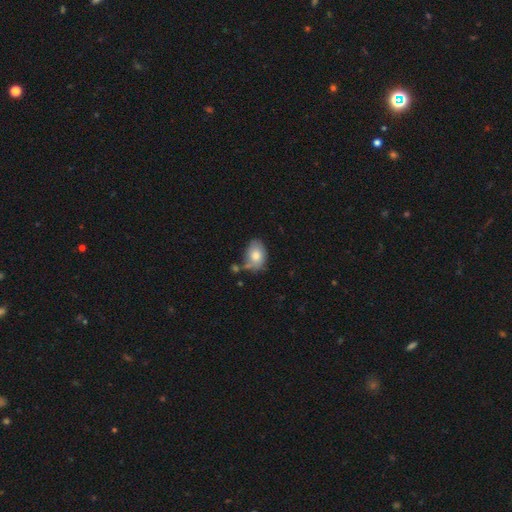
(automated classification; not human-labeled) Smooth or featured? Predicted: smooth (p=0.77). How rounded? Predicted: in between (p=0.79). Merging? Predicted: none (p=0.57).